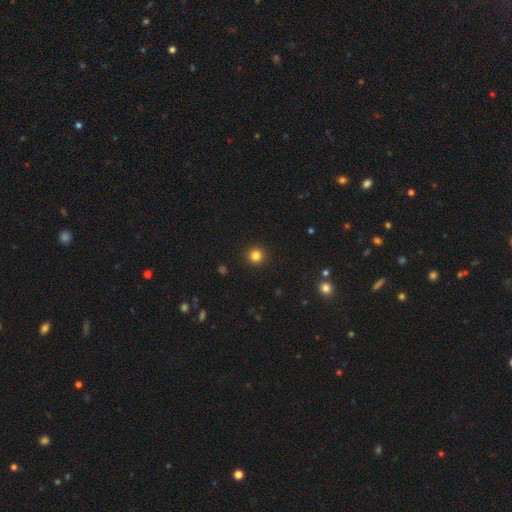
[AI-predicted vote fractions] Morphology: type=smooth (83%); roundness=round (95%); merging=none (93%).